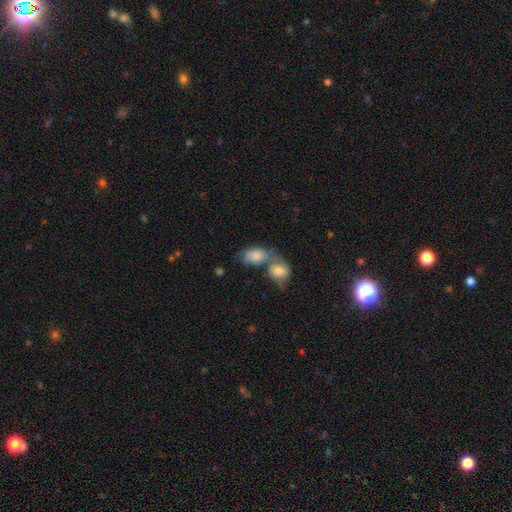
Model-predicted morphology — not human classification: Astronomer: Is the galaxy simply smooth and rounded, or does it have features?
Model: smooth — 80%.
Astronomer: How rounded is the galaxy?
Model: in between — 82%.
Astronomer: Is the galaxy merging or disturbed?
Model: merger — 67%.